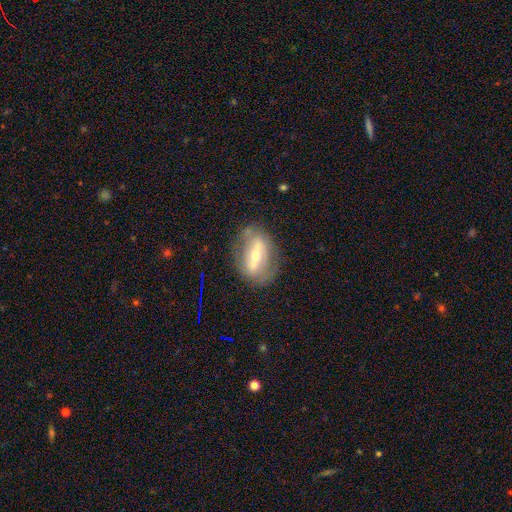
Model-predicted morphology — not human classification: type=featured or disk (65%); edge-on=no (80%); bar=strong (63%); spiral arms=no (65%); bulge=moderate (50%); merging=none (73%).